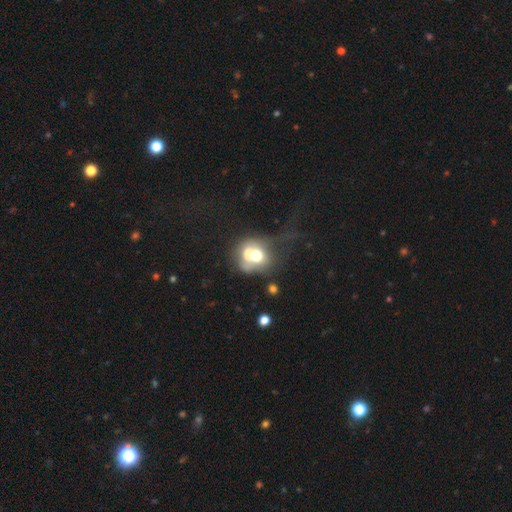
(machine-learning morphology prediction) Q: Smooth or featured?
A: smooth (56%); runner-up: featured or disk (33%)
Q: How rounded?
A: round (65%); runner-up: in between (34%)
Q: Merging?
A: merger (38%); runner-up: major disturbance (25%)